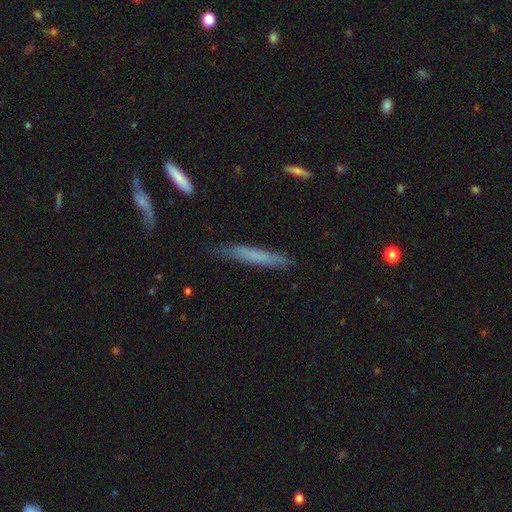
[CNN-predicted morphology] smooth 62%, featured or disk 31%, star or artifact 7%. Down the decision tree: how rounded — cigar-shaped (95%); merging — none (79%).